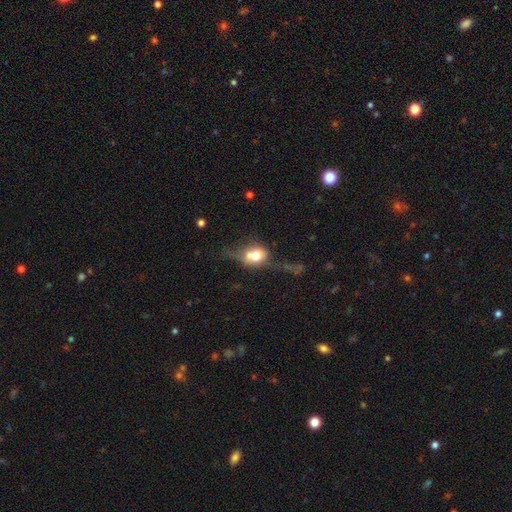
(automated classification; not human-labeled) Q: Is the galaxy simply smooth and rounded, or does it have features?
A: smooth — 54%.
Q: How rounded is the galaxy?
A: in between — 53%.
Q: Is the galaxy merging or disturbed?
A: merger — 35%.